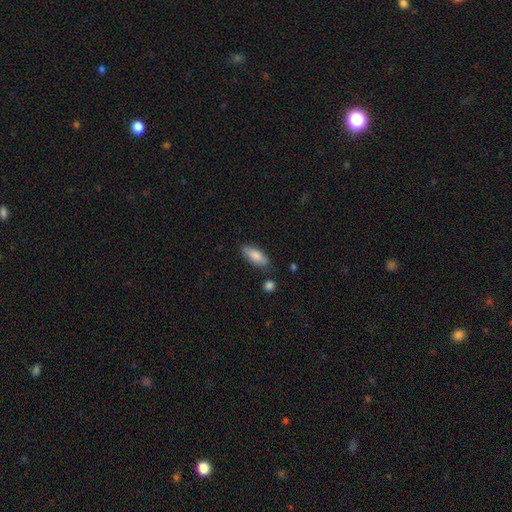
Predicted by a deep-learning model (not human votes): smooth-or-featured: smooth: 82% | featured or disk: 12% | star or artifact: 6%
  how-rounded: in between: 73% | cigar-shaped: 25% | round: 2%
  merging: none: 78% | minor disturbance: 16% | merger: 3% | major disturbance: 3%